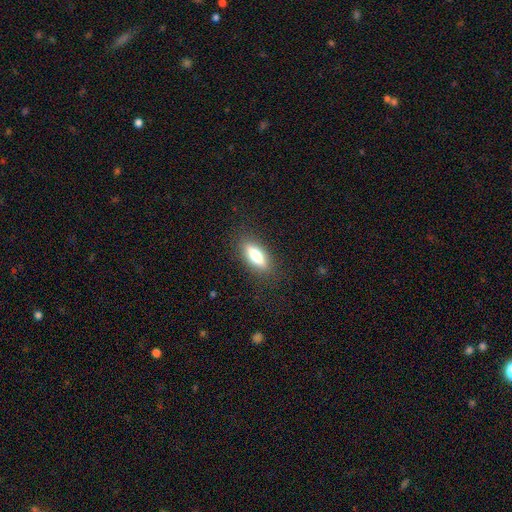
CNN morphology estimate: Smooth or featured: smooth — 70% (featured or disk — 22%)
How rounded: in between — 60% (cigar-shaped — 37%)
Merging: none — 86% (minor disturbance — 10%)